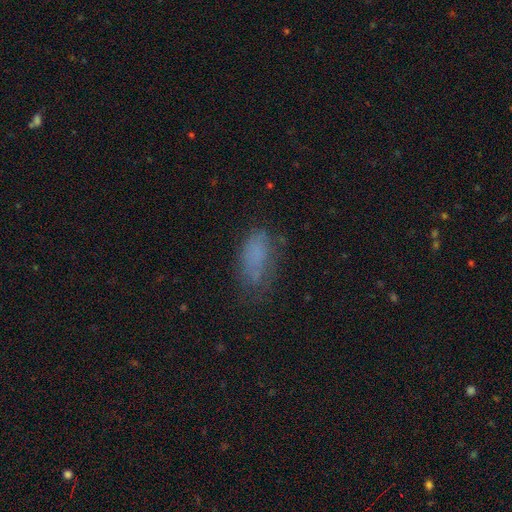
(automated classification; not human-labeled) Q: Smooth or featured?
A: smooth (67%); runner-up: featured or disk (18%)
Q: How rounded?
A: in between (90%); runner-up: cigar-shaped (6%)
Q: Merging?
A: none (55%); runner-up: minor disturbance (26%)